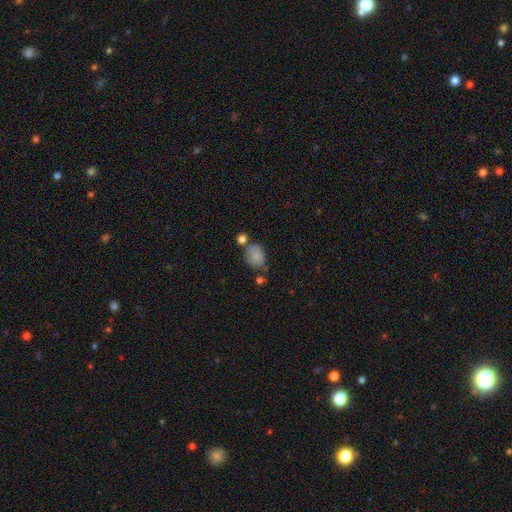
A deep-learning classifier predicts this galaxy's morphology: smooth 80%, featured or disk 11%, star or artifact 9%. Down the decision tree: how rounded — round (51%); merging — none (58%).